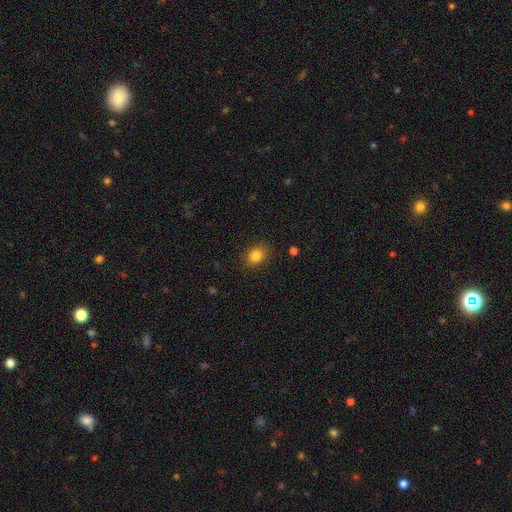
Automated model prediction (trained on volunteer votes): Smooth or featured?
  - smooth: 84% *
  - star or artifact: 10%
  - featured or disk: 6%
How rounded?
  - in between: 56% *
  - round: 43%
  - cigar-shaped: 1%
Merging?
  - none: 86% *
  - minor disturbance: 10%
  - major disturbance: 3%
  - merger: 1%